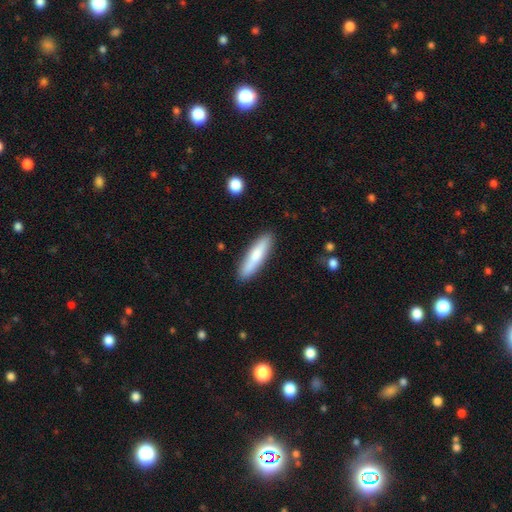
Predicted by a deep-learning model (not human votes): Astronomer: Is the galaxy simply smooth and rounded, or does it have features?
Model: smooth — 75%.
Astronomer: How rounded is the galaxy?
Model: cigar-shaped — 78%.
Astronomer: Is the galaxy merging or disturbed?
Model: none — 87%.